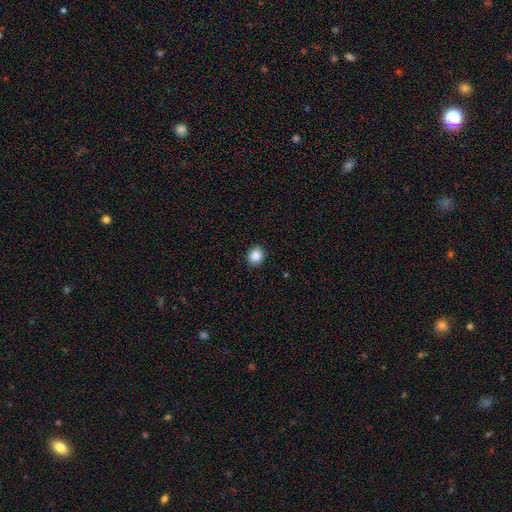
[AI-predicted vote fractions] A smooth galaxy with no disk features (87%) that is round (77%). Merging: none (90%).